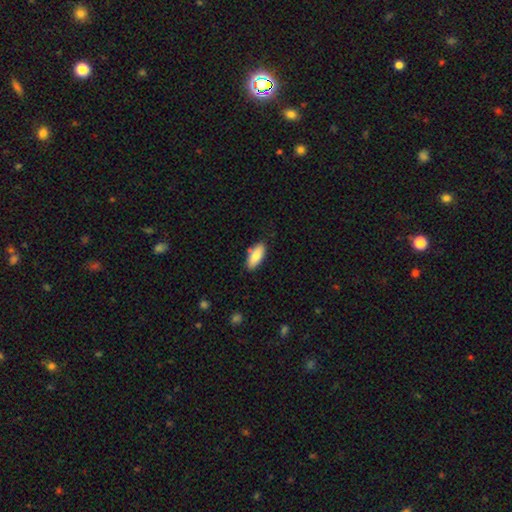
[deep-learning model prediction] A smooth galaxy with no disk features (82%) that is in between round and cigar-shaped (83%).

Vote fractions:
- Smooth or featured? smooth: 82% / featured or disk: 11% / star or artifact: 6%
- How rounded? in between: 83% / cigar-shaped: 15% / round: 2%
- Merging? none: 82% / minor disturbance: 12% / merger: 4% / major disturbance: 2%